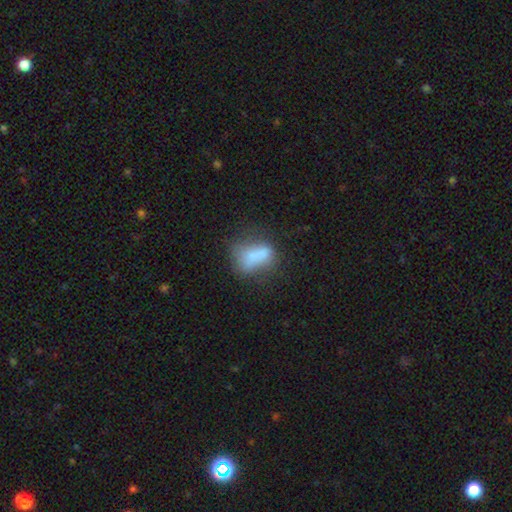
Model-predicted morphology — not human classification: smooth_or_featured: smooth (p=0.66) [alt: featured or disk p=0.23]
how_rounded: in between (p=0.77) [alt: round p=0.13]
merging: none (p=0.35) [alt: minor disturbance p=0.26]